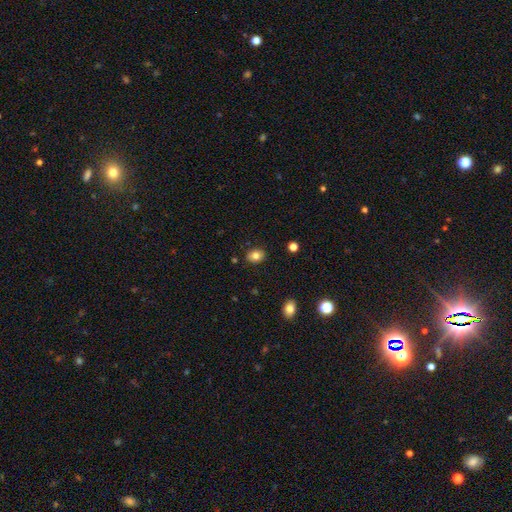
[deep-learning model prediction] Morphology: type=smooth (82%); roundness=in between (58%); merging=none (88%).